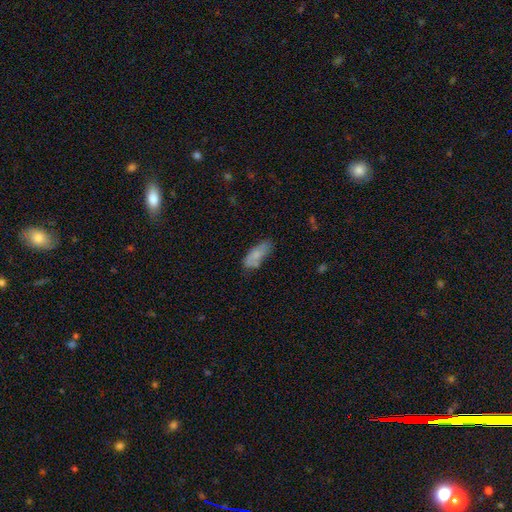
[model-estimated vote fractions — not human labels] Smooth or featured?
  - smooth: 71% *
  - featured or disk: 22%
  - star or artifact: 7%
How rounded?
  - in between: 77% *
  - cigar-shaped: 21%
  - round: 2%
Merging?
  - none: 58% *
  - minor disturbance: 27%
  - major disturbance: 8%
  - merger: 7%